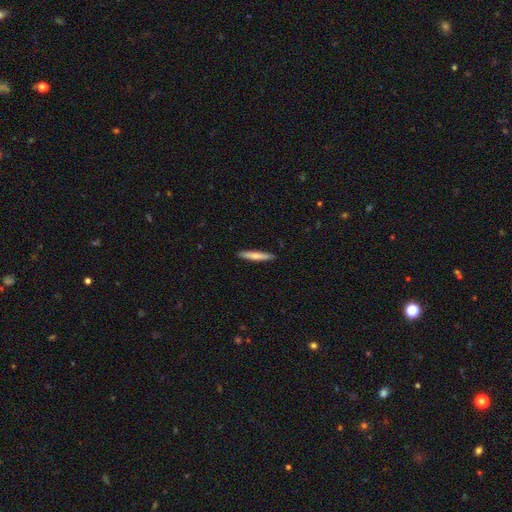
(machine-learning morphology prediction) Q: Smooth or featured?
A: smooth (67%); runner-up: featured or disk (28%)
Q: How rounded?
A: cigar-shaped (93%); runner-up: in between (5%)
Q: Merging?
A: none (91%); runner-up: minor disturbance (7%)